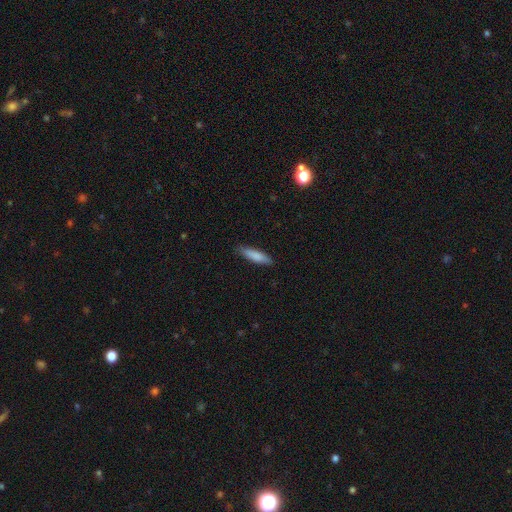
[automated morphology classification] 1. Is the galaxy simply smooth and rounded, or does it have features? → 81% smooth, 13% featured or disk, 5% star or artifact.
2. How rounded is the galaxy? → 75% cigar-shaped, 24% in between, 1% round.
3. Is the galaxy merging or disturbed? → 87% none, 10% minor disturbance, 2% major disturbance, 1% merger.